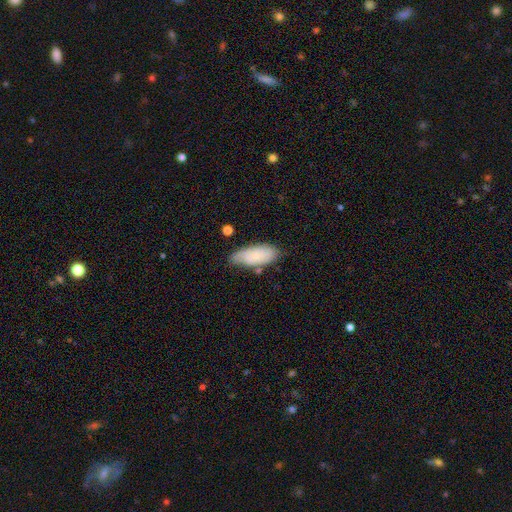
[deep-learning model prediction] Smooth or featured: smooth — 66% (featured or disk — 27%)
How rounded: in between — 85% (cigar-shaped — 13%)
Merging: none — 63% (minor disturbance — 26%)